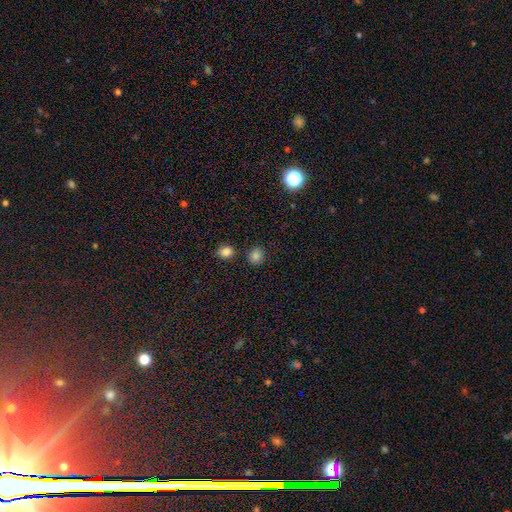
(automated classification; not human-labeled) Smooth or featured?
  - smooth: 83% *
  - star or artifact: 13%
  - featured or disk: 4%
How rounded?
  - round: 85% *
  - in between: 14%
  - cigar-shaped: 1%
Merging?
  - none: 83% *
  - minor disturbance: 9%
  - merger: 6%
  - major disturbance: 3%